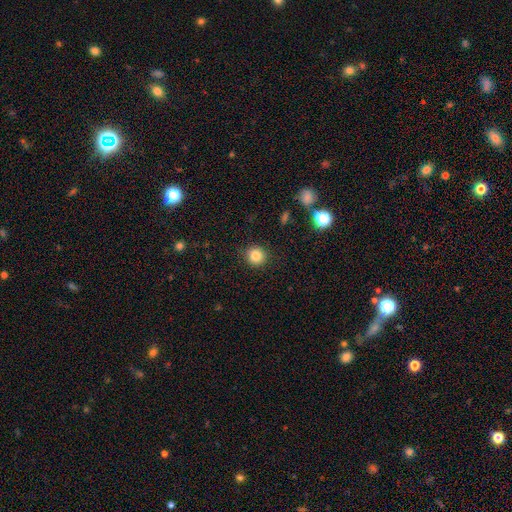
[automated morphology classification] Smooth or featured? Predicted: smooth (p=0.84). How rounded? Predicted: round (p=0.92). Merging? Predicted: none (p=0.91).